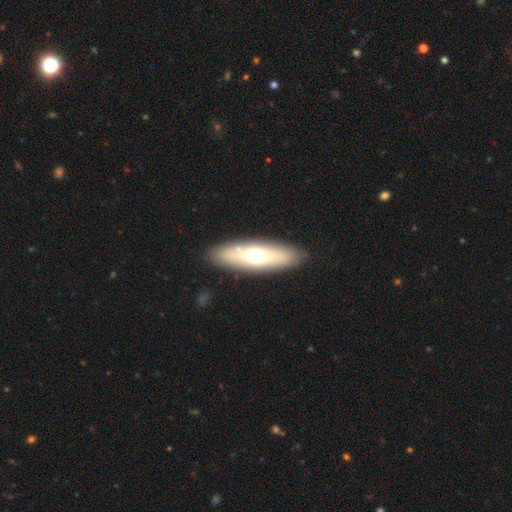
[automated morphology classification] A smooth galaxy with no disk features (56%) that is cigar-shaped (53%). Merging: none (87%).